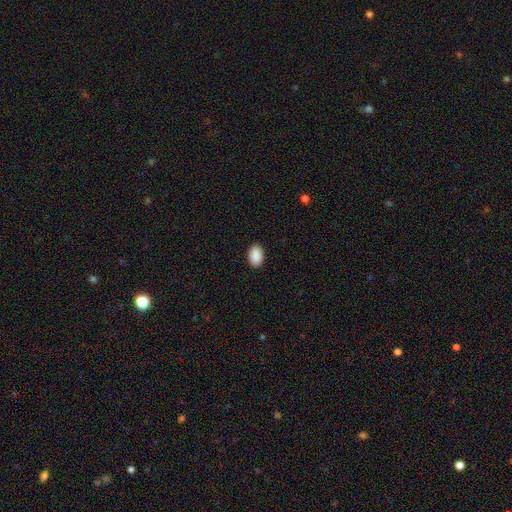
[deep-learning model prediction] Smooth or featured?
  - smooth: 91% *
  - star or artifact: 7%
  - featured or disk: 2%
How rounded?
  - in between: 91% *
  - round: 8%
  - cigar-shaped: 1%
Merging?
  - none: 90% *
  - minor disturbance: 7%
  - major disturbance: 2%
  - merger: 1%